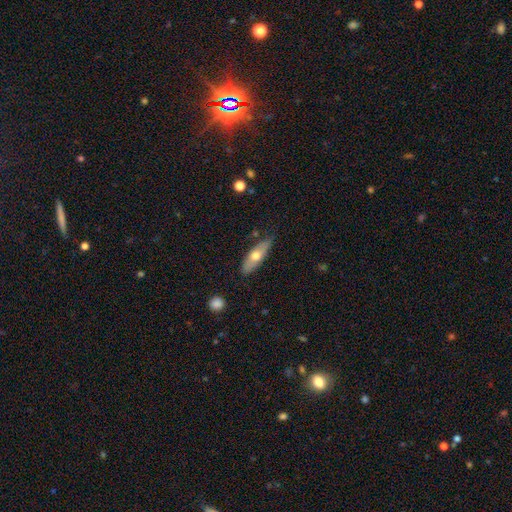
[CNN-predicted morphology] A smooth galaxy with no disk features (56%) that is in between round and cigar-shaped (57%).

Vote fractions:
- Smooth or featured? smooth: 56% / featured or disk: 38% / star or artifact: 6%
- How rounded? in between: 57% / cigar-shaped: 40% / round: 3%
- Merging? none: 78% / minor disturbance: 18% / major disturbance: 3% / merger: 2%